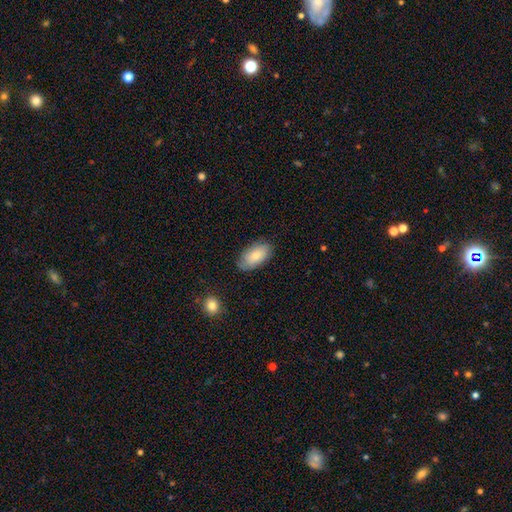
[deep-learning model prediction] Morphology: type=smooth (79%); roundness=in between (94%); merging=none (81%).